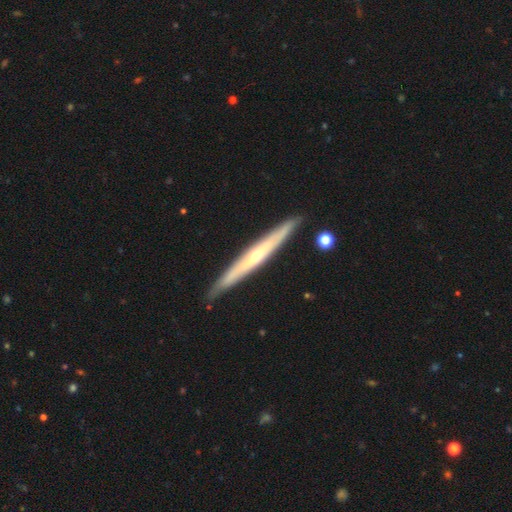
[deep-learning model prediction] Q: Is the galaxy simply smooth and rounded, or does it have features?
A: featured or disk — 70%.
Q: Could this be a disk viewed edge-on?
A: yes — 93%.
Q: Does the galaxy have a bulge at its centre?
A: rounded — 62%.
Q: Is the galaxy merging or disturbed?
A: none — 88%.